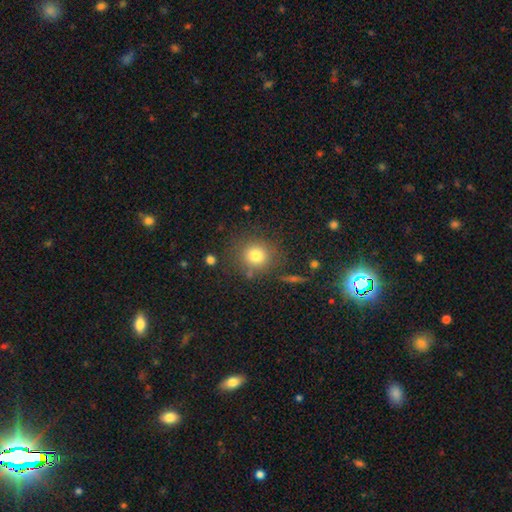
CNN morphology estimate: Smooth or featured? smooth (78%)
How rounded? round (87%)
Merging? none (80%)